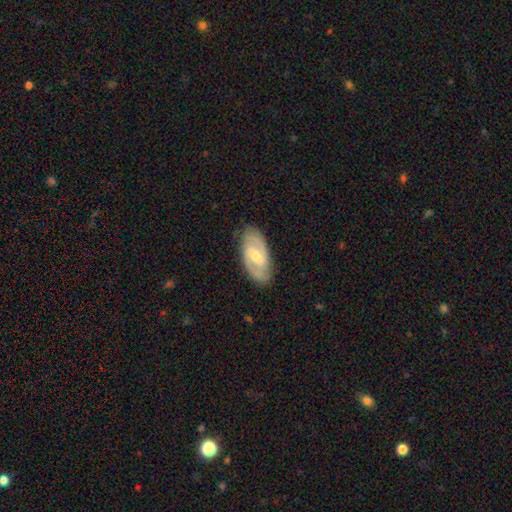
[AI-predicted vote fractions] smooth_or_featured: featured or disk (p=0.77) [alt: smooth p=0.18]
disk_edge_on: no (p=0.94) [alt: yes p=0.06]
bar: weak (p=0.52) [alt: no p=0.26]
has_spiral_arms: yes (p=0.91) [alt: no p=0.09]
spiral_winding: medium (p=0.46) [alt: tight p=0.39]
spiral_arm_count: 2 (p=0.85) [alt: can't tell p=0.09]
bulge_size: small (p=0.49) [alt: moderate p=0.46]
merging: none (p=0.84) [alt: minor disturbance p=0.12]